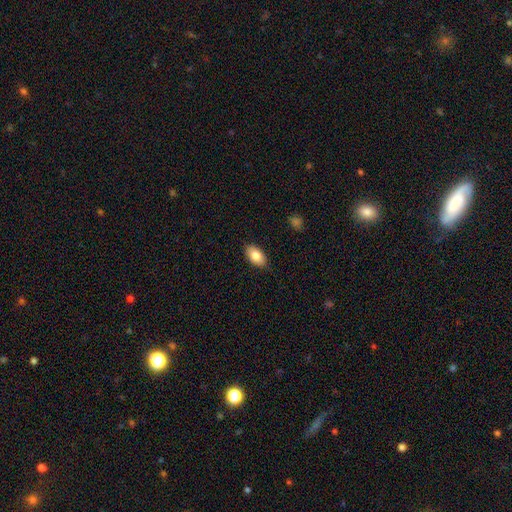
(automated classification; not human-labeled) A smooth galaxy with no disk features (82%) that is in between round and cigar-shaped (93%).

Vote fractions:
- Smooth or featured? smooth: 82% / featured or disk: 11% / star or artifact: 7%
- How rounded? in between: 93% / round: 5% / cigar-shaped: 2%
- Merging? none: 87% / minor disturbance: 10% / major disturbance: 2% / merger: 1%